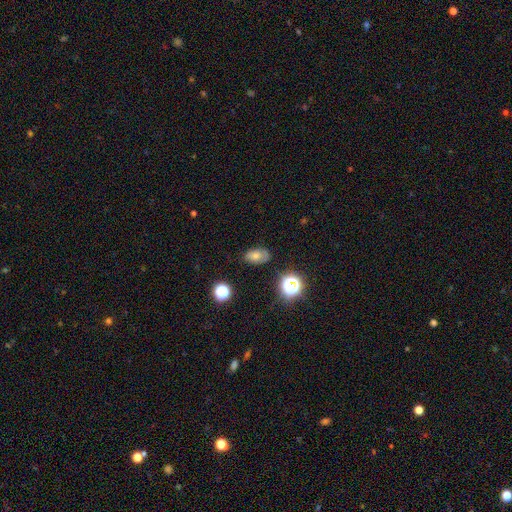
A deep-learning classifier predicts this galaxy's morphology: This appears to be a smooth galaxy with no disk features (53%) that is in between round and cigar-shaped (80%). Merging: none (80%).